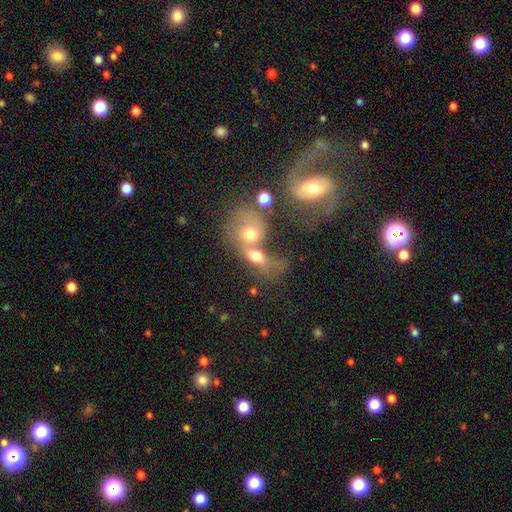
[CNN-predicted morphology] Overall: smooth (52%; featured or disk 35%). How rounded: in between (55%; round 41%). Merging: merger (70%).